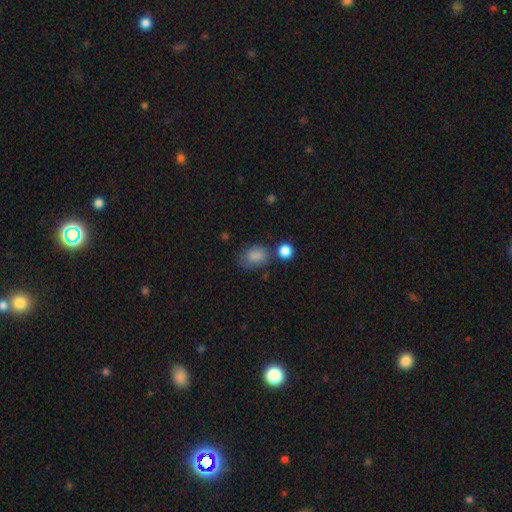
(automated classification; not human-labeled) The model was most divided on "merging": none: 54%, minor disturbance: 27%, major disturbance: 10%, merger: 9%. More confident: smooth or featured — smooth (83%); how rounded — in between (74%).